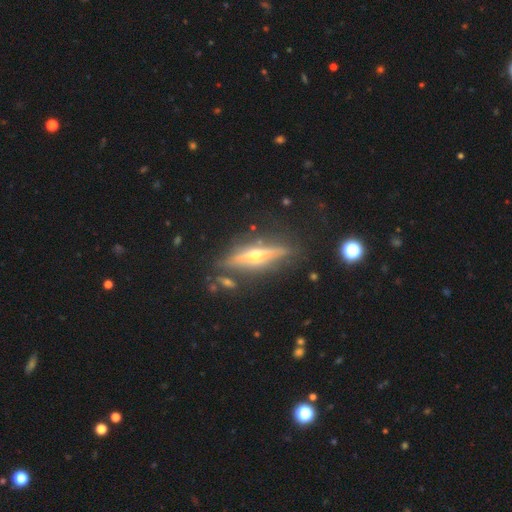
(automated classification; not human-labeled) A featured or disk galaxy (78%) viewed edge-on (95%) with a rounded central bulge (93%). Merging: none (82%).